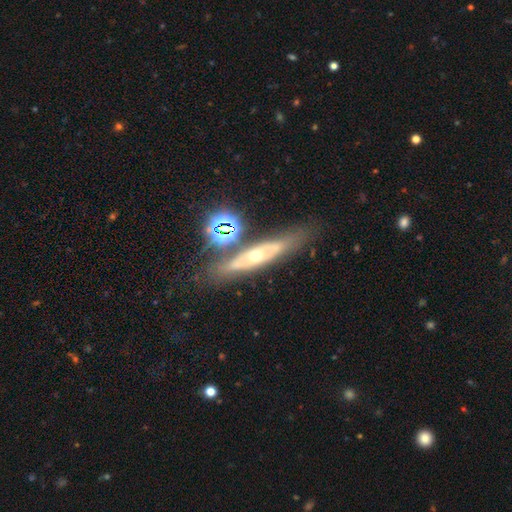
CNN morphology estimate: A featured or disk galaxy (66%).

Vote fractions:
- Smooth or featured? featured or disk: 66% / smooth: 20% / star or artifact: 14%
- Edge-on disk? no: 53% / yes: 47%
- Merging? none: 68% / minor disturbance: 15% / merger: 9% / major disturbance: 8%